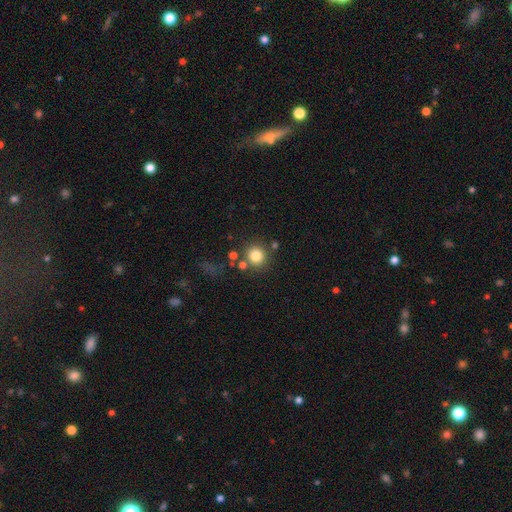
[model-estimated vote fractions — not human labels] Morphology: type=smooth (81%); roundness=round (91%); merging=none (77%).